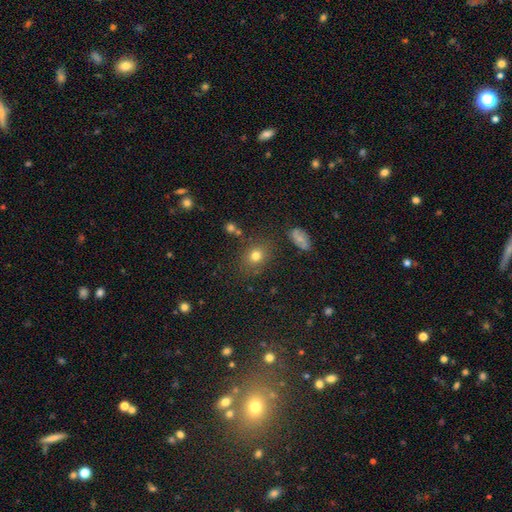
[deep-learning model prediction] smooth 75%, star or artifact 15%, featured or disk 10%. Down the decision tree: how rounded — round (60%); merging — none (79%).